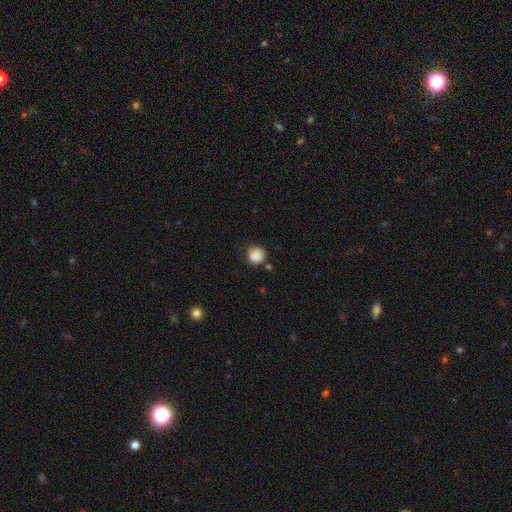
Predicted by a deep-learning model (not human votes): A smooth galaxy with no disk features (84%) that is round (85%). Merging: none (64%).